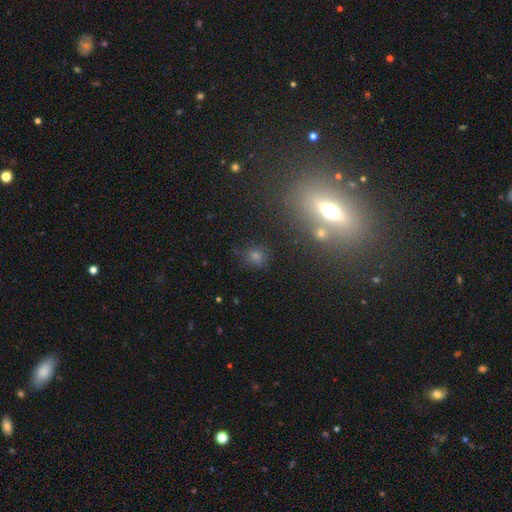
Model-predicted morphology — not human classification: Smooth or featured?
  - smooth: 52% *
  - star or artifact: 29%
  - featured or disk: 18%
How rounded?
  - round: 68% *
  - in between: 25%
  - cigar-shaped: 7%
Merging?
  - none: 79% *
  - minor disturbance: 10%
  - merger: 5%
  - major disturbance: 5%